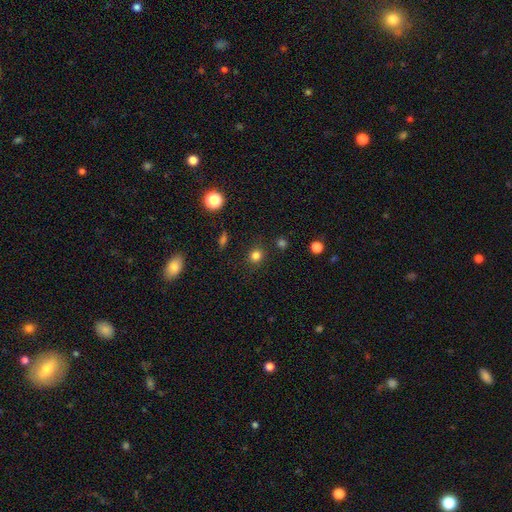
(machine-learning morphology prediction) Overall: smooth (81%). How rounded: round (87%). Merging: none (87%).